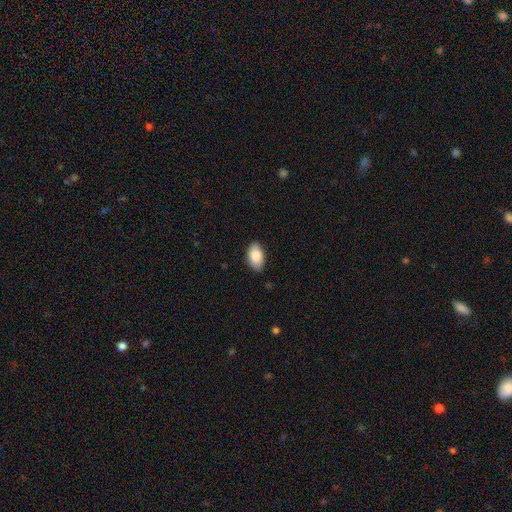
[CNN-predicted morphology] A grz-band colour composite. It shows a smooth galaxy with no disk features (85%) that is in between round and cigar-shaped (94%). Merging: none (84%).